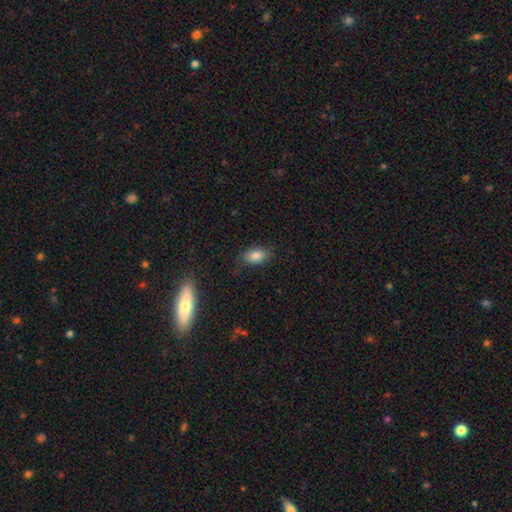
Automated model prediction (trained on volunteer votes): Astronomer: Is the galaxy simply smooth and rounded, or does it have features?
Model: smooth — 83%.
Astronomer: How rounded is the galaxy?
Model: in between — 89%.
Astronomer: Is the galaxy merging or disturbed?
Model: none — 81%.